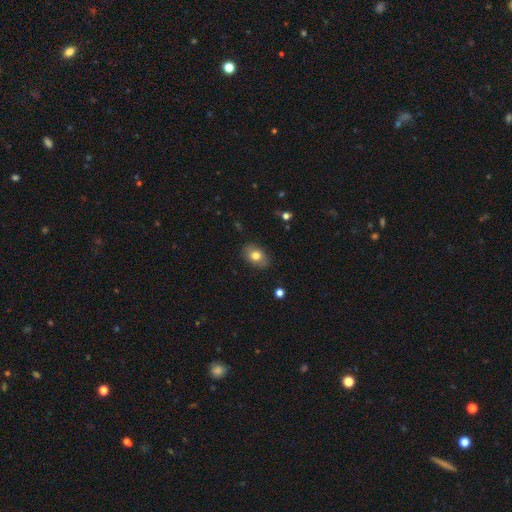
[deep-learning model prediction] A smooth galaxy with no disk features (77%) that is in between round and cigar-shaped (79%).

Vote fractions:
- Smooth or featured? smooth: 77% / featured or disk: 15% / star or artifact: 8%
- How rounded? in between: 79% / round: 20% / cigar-shaped: 1%
- Merging? none: 83% / minor disturbance: 13% / major disturbance: 3% / merger: 1%